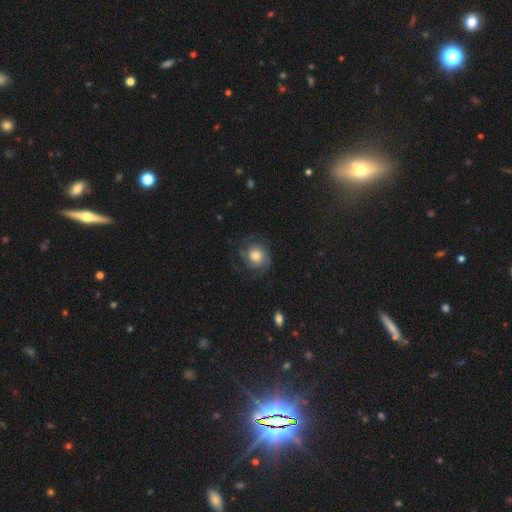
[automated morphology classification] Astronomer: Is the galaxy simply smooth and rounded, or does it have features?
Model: featured or disk — 53% (runner-up: smooth, 38%).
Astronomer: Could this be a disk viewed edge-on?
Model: no — 97%.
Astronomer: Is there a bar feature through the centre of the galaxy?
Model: no — 79%.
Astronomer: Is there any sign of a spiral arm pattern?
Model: yes — 89%.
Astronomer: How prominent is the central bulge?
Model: moderate — 44% (runner-up: large, 36%).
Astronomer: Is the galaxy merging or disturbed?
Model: none — 69%.